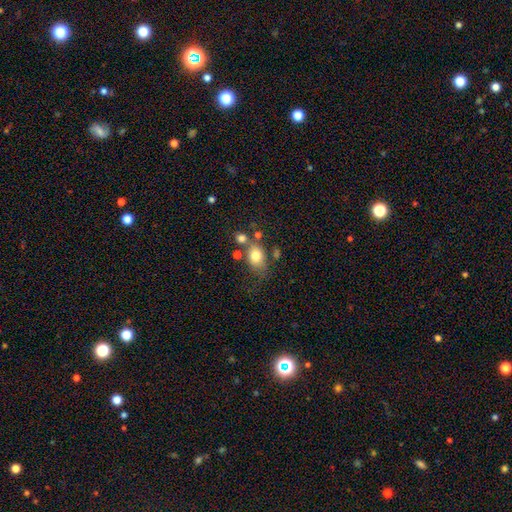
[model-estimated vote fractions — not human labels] A smooth galaxy with no disk features (77%) that is in between round and cigar-shaped (63%).

Vote fractions:
- Smooth or featured? smooth: 77% / featured or disk: 13% / star or artifact: 10%
- How rounded? in between: 63% / round: 35% / cigar-shaped: 2%
- Merging? none: 52% / minor disturbance: 20% / merger: 19% / major disturbance: 9%